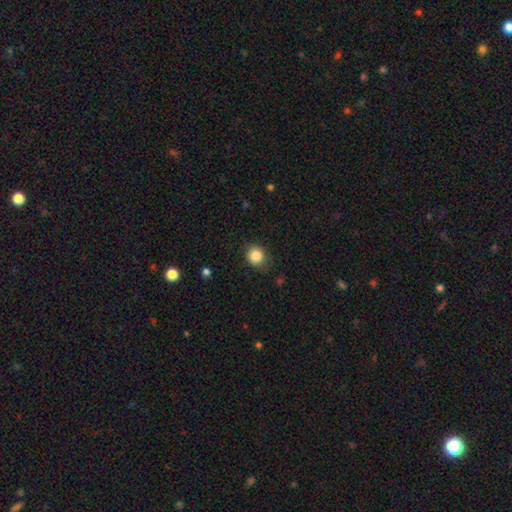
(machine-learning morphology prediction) smooth-or-featured: smooth: 85% | star or artifact: 10% | featured or disk: 5%
  how-rounded: round: 80% | in between: 19% | cigar-shaped: 1%
  merging: none: 79% | minor disturbance: 16% | major disturbance: 4% | merger: 1%